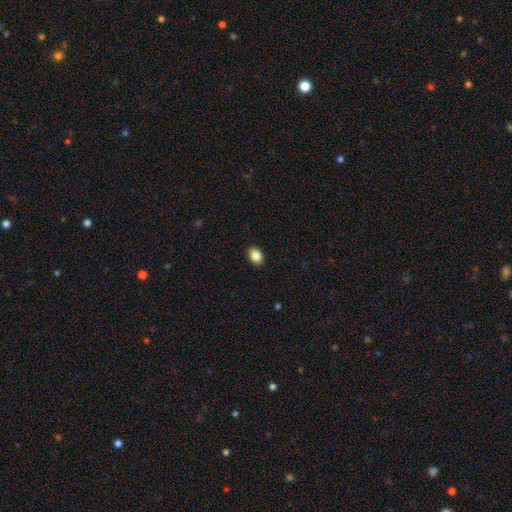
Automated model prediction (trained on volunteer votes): Smooth or featured? Predicted: smooth (p=0.87). How rounded? Predicted: in between (p=0.70). Merging? Predicted: none (p=0.90).